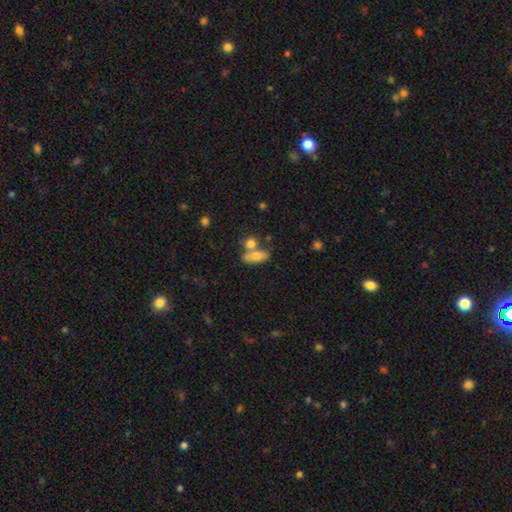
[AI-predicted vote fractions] Smooth or featured? Predicted: smooth (p=0.74). How rounded? Predicted: in between (p=0.79). Merging? Predicted: none (p=0.44).